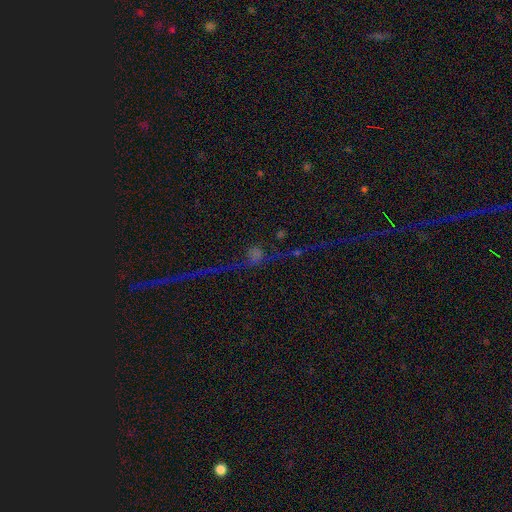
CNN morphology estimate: The model was most divided on "smooth or featured": star or artifact: 52%, featured or disk: 30%, smooth: 18%.